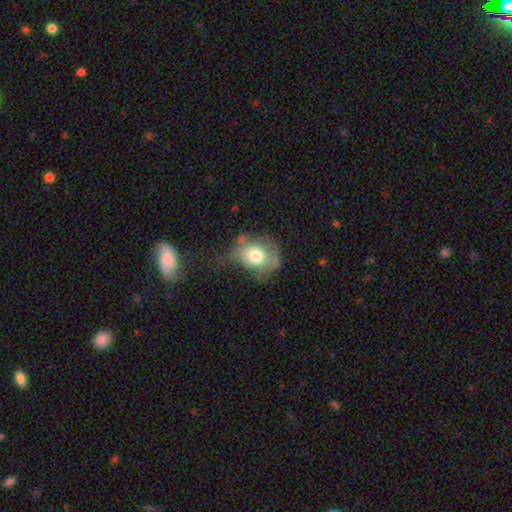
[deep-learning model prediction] Q: Smooth or featured?
A: smooth (66%); runner-up: featured or disk (26%)
Q: How rounded?
A: round (58%); runner-up: in between (41%)
Q: Merging?
A: none (33%); runner-up: minor disturbance (31%)